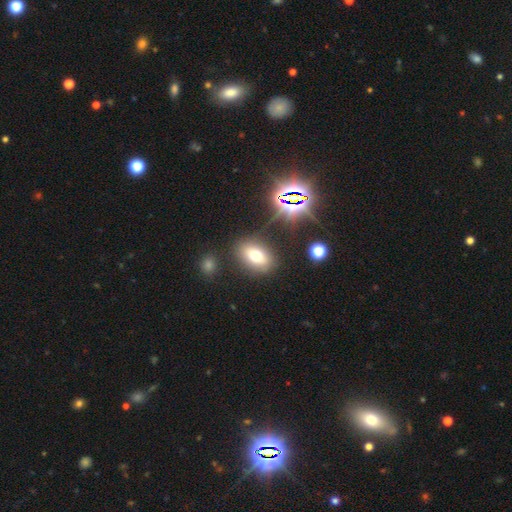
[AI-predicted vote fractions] Overall: smooth (68%). How rounded: in between (79%). Merging: none (82%).